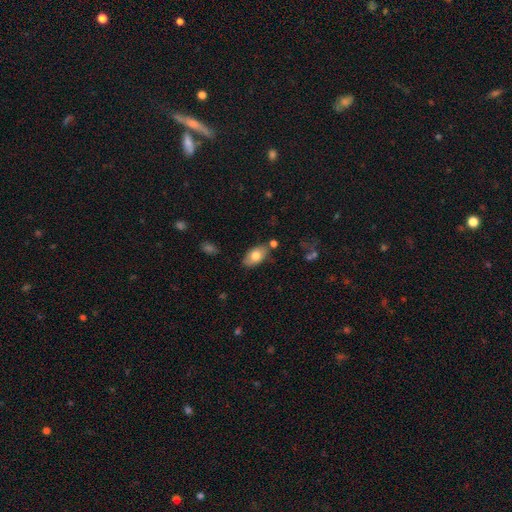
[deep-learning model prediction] Smooth or featured: smooth — 74% (featured or disk — 19%)
How rounded: in between — 92% (round — 5%)
Merging: none — 78% (minor disturbance — 14%)